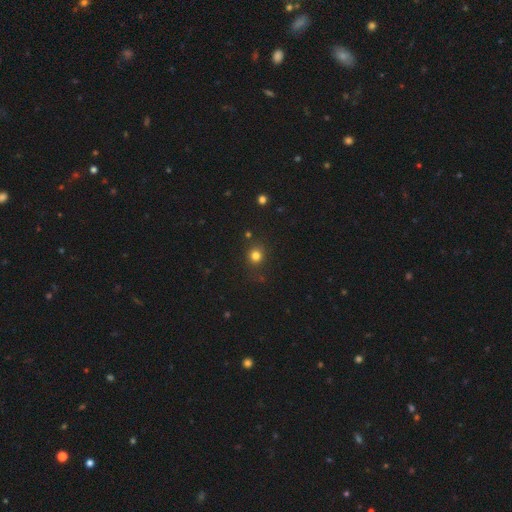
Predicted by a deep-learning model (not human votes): The model was most divided on "smooth or featured": smooth: 80%, star or artifact: 15%, featured or disk: 5%. More confident: how rounded — round (87%); merging — none (84%).